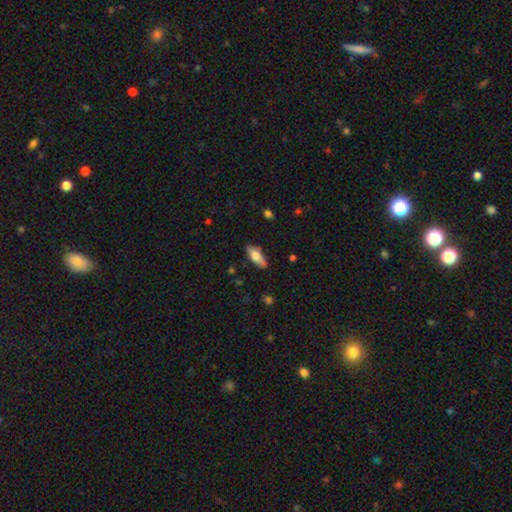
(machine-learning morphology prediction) This is likely a smooth galaxy (62%). How rounded: likely in between (68%). Merging: clearly none (83%).